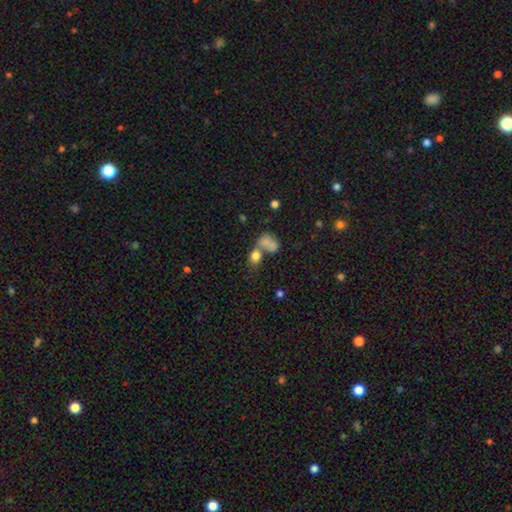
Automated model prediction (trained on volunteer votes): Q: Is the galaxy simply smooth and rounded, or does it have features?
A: smooth — 77%.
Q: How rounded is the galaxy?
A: in between — 56%.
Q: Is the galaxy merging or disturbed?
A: merger — 54%.